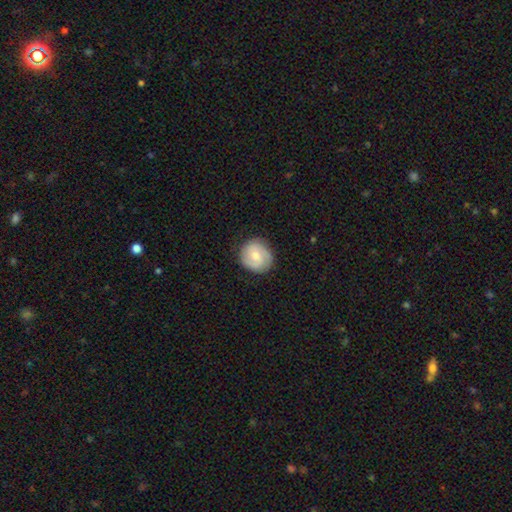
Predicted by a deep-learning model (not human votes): A smooth galaxy with no disk features (49%). Merging: none (85%).